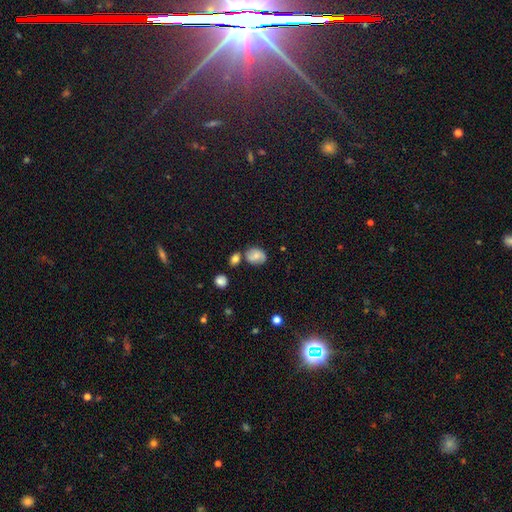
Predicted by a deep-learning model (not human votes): A smooth galaxy with no disk features (56%) that is in between round and cigar-shaped (62%). Merging: none (59%).